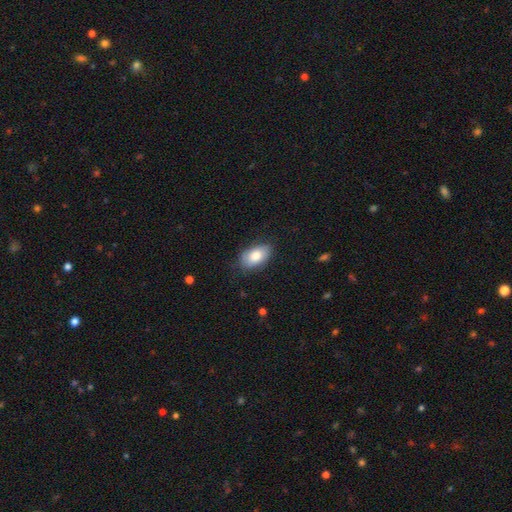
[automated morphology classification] Smooth or featured: smooth — 78% (featured or disk — 15%)
How rounded: in between — 92% (round — 6%)
Merging: none — 77% (minor disturbance — 18%)